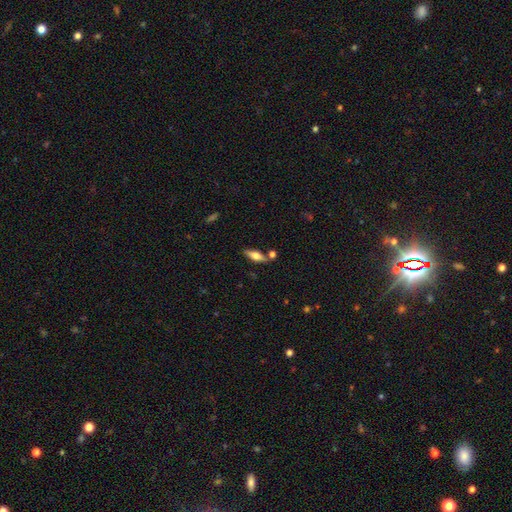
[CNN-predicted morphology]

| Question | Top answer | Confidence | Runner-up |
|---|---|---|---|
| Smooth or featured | smooth | 58% | featured or disk (35%) |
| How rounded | in between | 57% | cigar-shaped (41%) |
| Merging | none | 76% | minor disturbance (12%) |